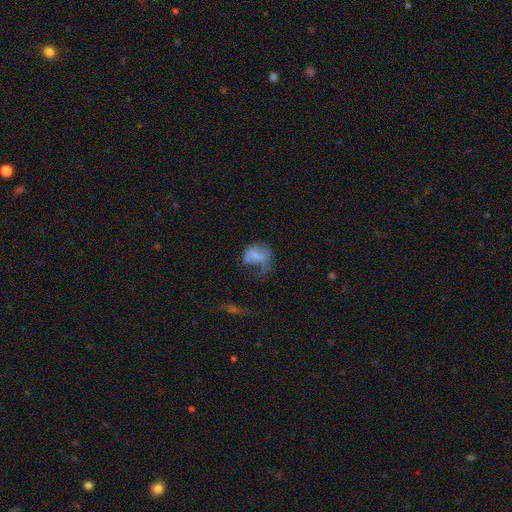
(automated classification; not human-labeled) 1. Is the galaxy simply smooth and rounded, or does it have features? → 63% smooth, 26% featured or disk, 12% star or artifact.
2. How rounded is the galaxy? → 69% in between, 29% round, 2% cigar-shaped.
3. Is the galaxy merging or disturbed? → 45% major disturbance, 26% minor disturbance, 24% none, 5% merger.